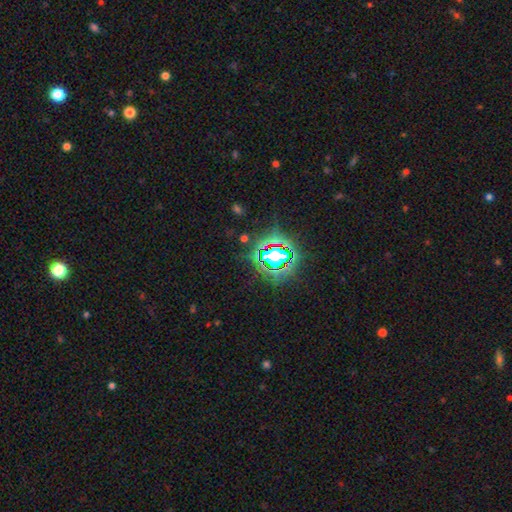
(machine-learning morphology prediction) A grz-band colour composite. It shows a star or artifact, not a galaxy (78%).